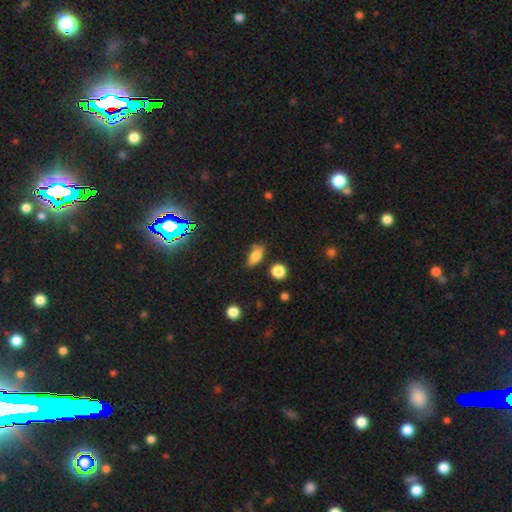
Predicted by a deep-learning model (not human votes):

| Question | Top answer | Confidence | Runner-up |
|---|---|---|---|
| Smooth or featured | smooth | 74% | featured or disk (15%) |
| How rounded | in between | 73% | cigar-shaped (20%) |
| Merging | none | 70% | minor disturbance (20%) |